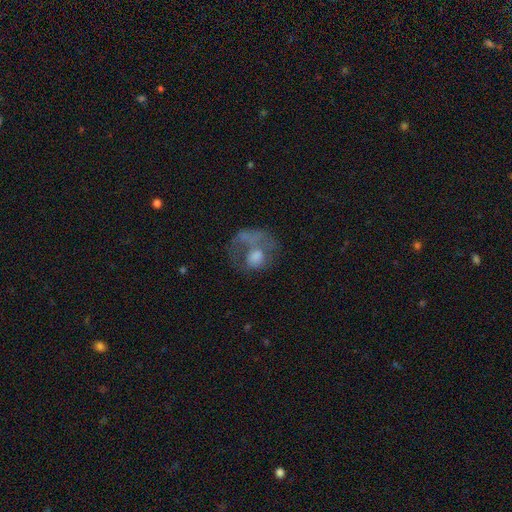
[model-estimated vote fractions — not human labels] Morphology: type=featured or disk (45%); merging=major disturbance (43%).